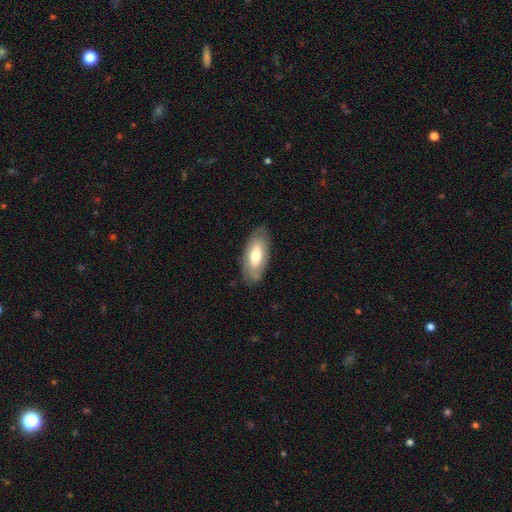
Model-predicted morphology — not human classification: Smooth or featured? smooth (64%)
How rounded? in between (89%)
Merging? none (81%)